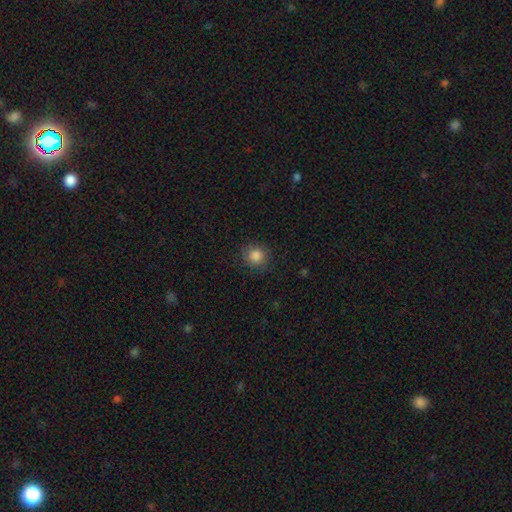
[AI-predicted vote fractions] smooth 85%, star or artifact 10%, featured or disk 4%. Down the decision tree: how rounded — round (89%); merging — none (85%).